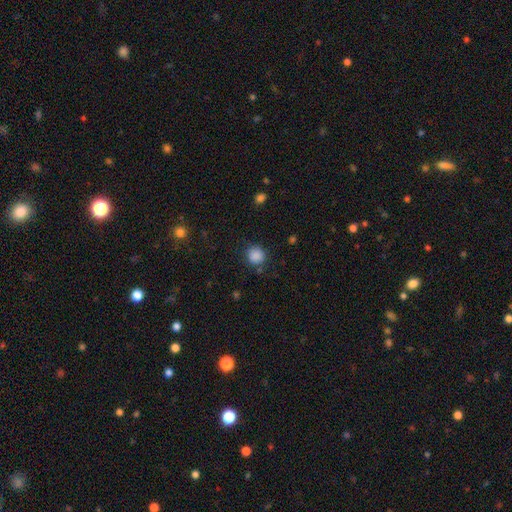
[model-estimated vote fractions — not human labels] Smooth or featured: smooth — 87% (star or artifact — 10%)
How rounded: round — 90% (in between — 9%)
Merging: none — 85% (minor disturbance — 10%)